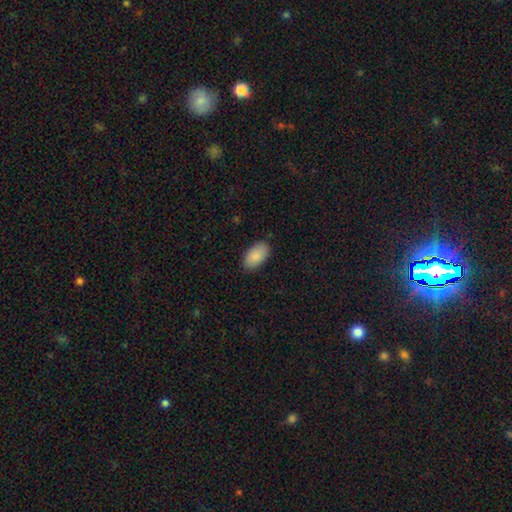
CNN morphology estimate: A smooth galaxy with no disk features (88%) that is in between round and cigar-shaped (95%).

Vote fractions:
- Smooth or featured? smooth: 88% / star or artifact: 6% / featured or disk: 5%
- How rounded? in between: 95% / round: 3% / cigar-shaped: 2%
- Merging? none: 86% / minor disturbance: 11% / major disturbance: 2% / merger: 1%